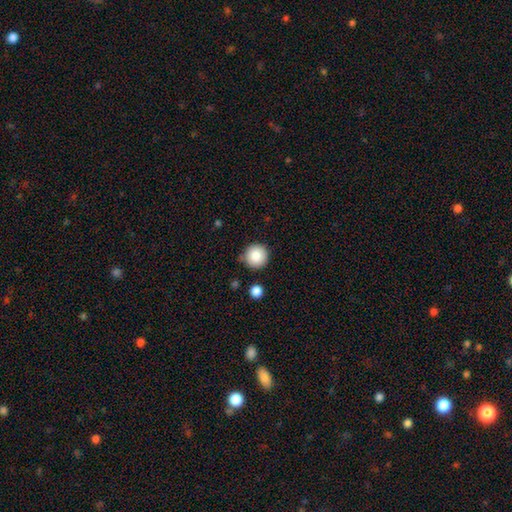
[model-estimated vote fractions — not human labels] Q: Smooth or featured?
A: smooth (85%); runner-up: star or artifact (9%)
Q: How rounded?
A: round (96%); runner-up: in between (3%)
Q: Merging?
A: none (83%); runner-up: minor disturbance (11%)